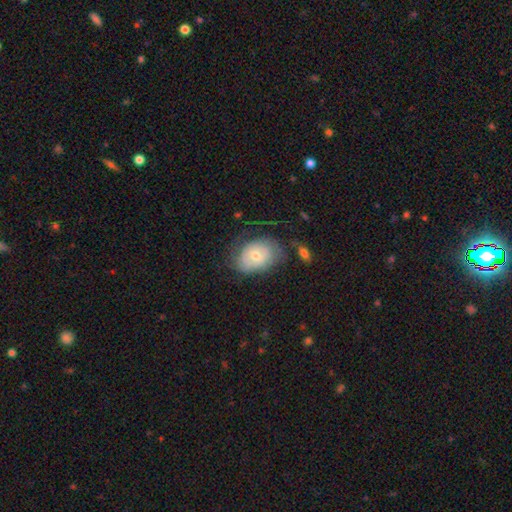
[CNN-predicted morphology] A smooth galaxy with no disk features (51%) that is in between round and cigar-shaped (76%).

Vote fractions:
- Smooth or featured? smooth: 51% / featured or disk: 42% / star or artifact: 7%
- How rounded? in between: 76% / round: 23% / cigar-shaped: 1%
- Merging? none: 52% / minor disturbance: 26% / major disturbance: 19% / merger: 3%